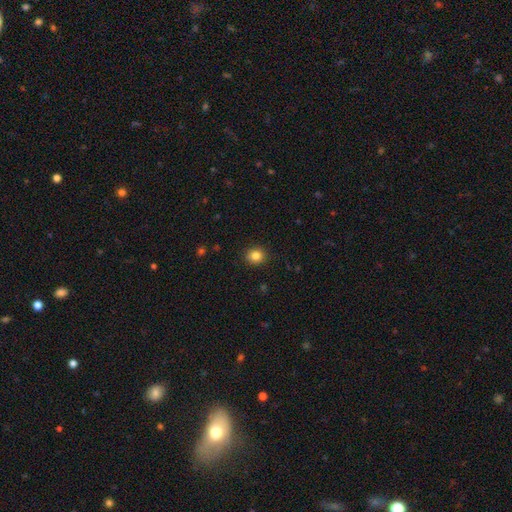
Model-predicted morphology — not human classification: smooth-or-featured: smooth: 83% | star or artifact: 11% | featured or disk: 6%
  how-rounded: round: 83% | in between: 16% | cigar-shaped: 1%
  merging: none: 90% | minor disturbance: 7% | major disturbance: 2% | merger: 1%